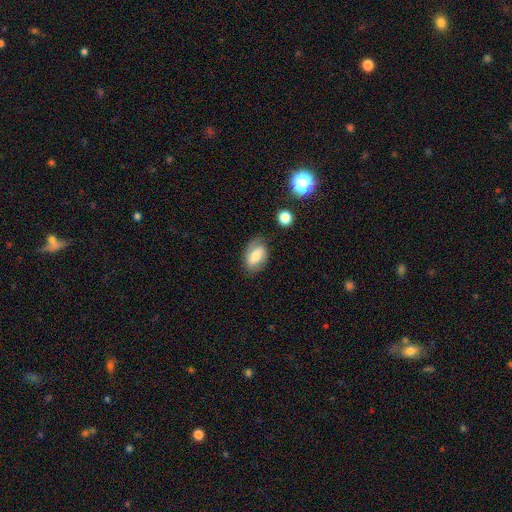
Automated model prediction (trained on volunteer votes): Morphology: type=smooth (61%); roundness=in between (88%); merging=none (70%).